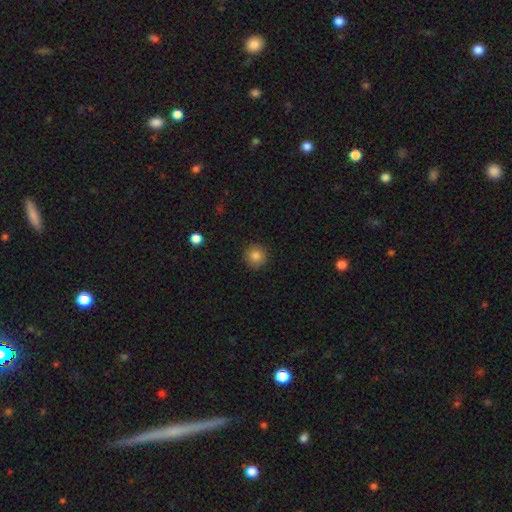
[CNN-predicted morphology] This is clearly a smooth galaxy (84%). How rounded: clearly round (94%). Merging: clearly none (91%).